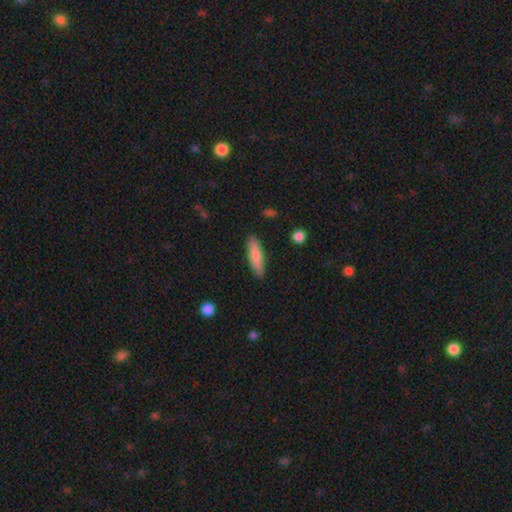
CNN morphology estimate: Overall: smooth (80%). How rounded: cigar-shaped (70%). Merging: none (87%).